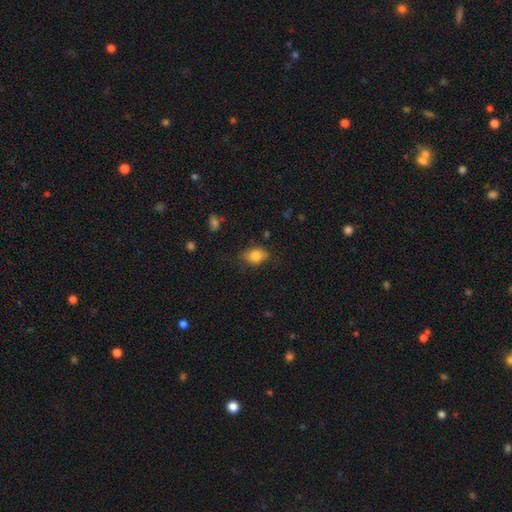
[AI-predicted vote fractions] Overall: smooth (82%). How rounded: in between (71%). Merging: none (70%).